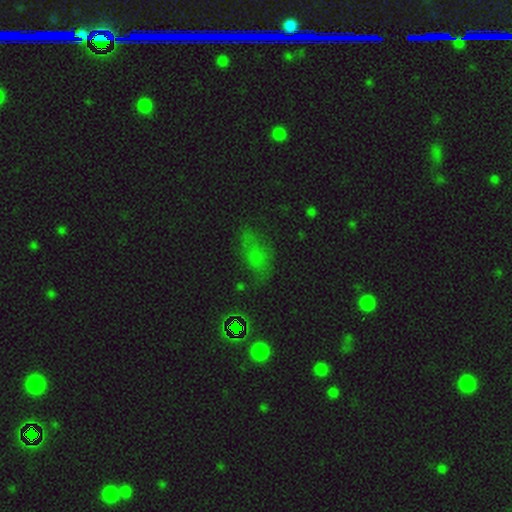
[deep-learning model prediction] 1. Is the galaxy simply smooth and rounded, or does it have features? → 54% smooth, 29% star or artifact, 17% featured or disk.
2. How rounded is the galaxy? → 81% in between, 12% round, 7% cigar-shaped.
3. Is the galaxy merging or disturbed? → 59% none, 25% minor disturbance, 13% major disturbance, 4% merger.